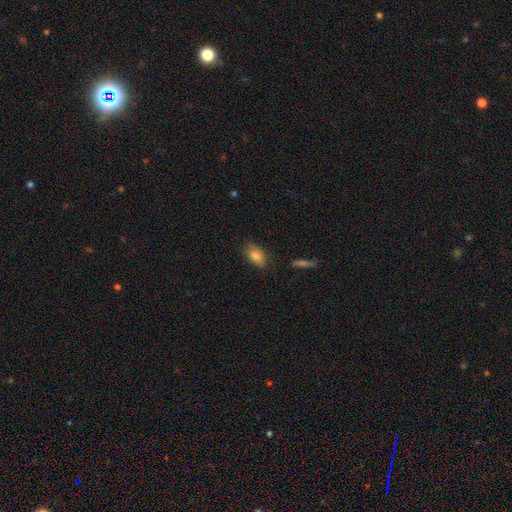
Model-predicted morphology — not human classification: smooth_or_featured: smooth (p=0.84) [alt: featured or disk p=0.08]
how_rounded: in between (p=0.89) [alt: round p=0.07]
merging: none (p=0.76) [alt: minor disturbance p=0.18]